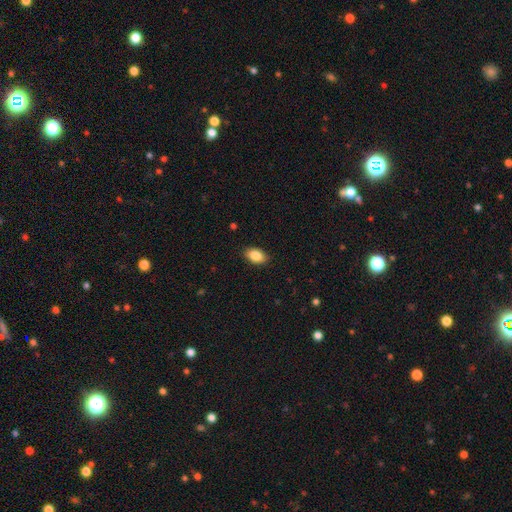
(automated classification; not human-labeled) A smooth galaxy with no disk features (86%) that is in between round and cigar-shaped (90%).

Vote fractions:
- Smooth or featured? smooth: 86% / star or artifact: 7% / featured or disk: 6%
- How rounded? in between: 90% / round: 8% / cigar-shaped: 2%
- Merging? none: 88% / minor disturbance: 9% / major disturbance: 2% / merger: 1%